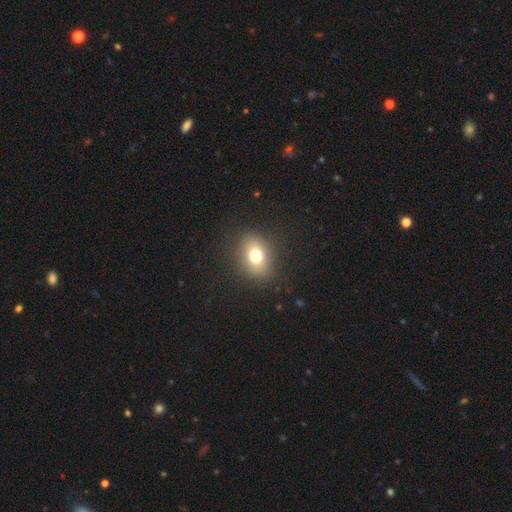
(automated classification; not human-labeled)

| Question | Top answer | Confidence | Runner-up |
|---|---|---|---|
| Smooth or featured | smooth | 75% | featured or disk (13%) |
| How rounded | in between | 62% | round (36%) |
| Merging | none | 85% | minor disturbance (10%) |